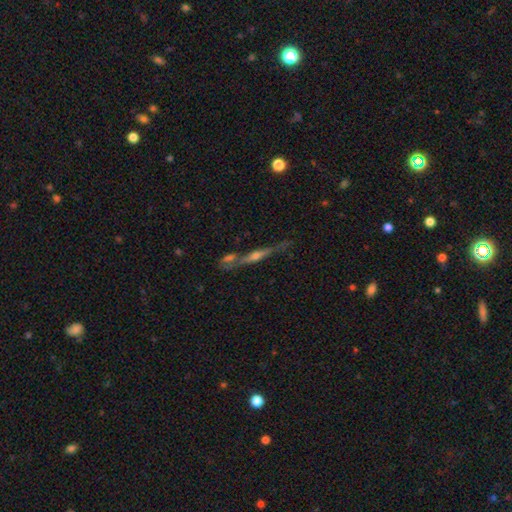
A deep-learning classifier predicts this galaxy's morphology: smooth-or-featured: featured or disk: 76% | smooth: 14% | star or artifact: 10%
  disk-edge-on: yes: 94% | no: 6%
    edge-on-bulge: rounded: 82% | none: 10% | boxy: 8%
  merging: none: 61% | merger: 21% | minor disturbance: 13% | major disturbance: 5%